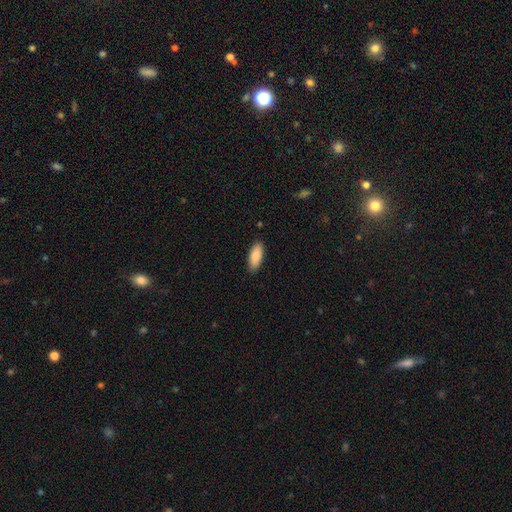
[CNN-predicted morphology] Smooth or featured?
  - smooth: 87% *
  - featured or disk: 7%
  - star or artifact: 6%
How rounded?
  - in between: 79% *
  - cigar-shaped: 19%
  - round: 2%
Merging?
  - none: 88% *
  - minor disturbance: 9%
  - major disturbance: 2%
  - merger: 1%